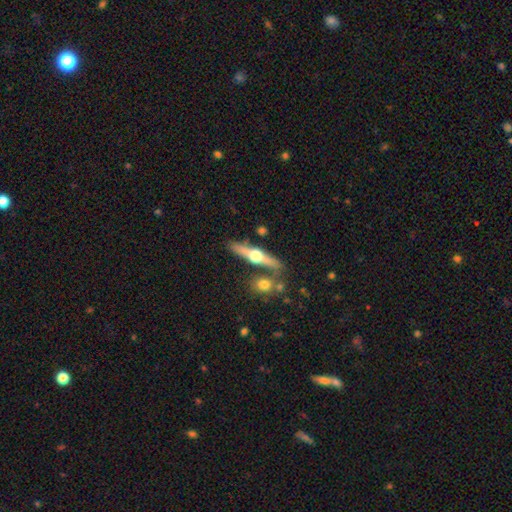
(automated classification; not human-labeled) Smooth or featured?
  - featured or disk: 69% *
  - smooth: 25%
  - star or artifact: 6%
Edge-on disk?
  - yes: 95% *
  - no: 5%
Edge-on bulge?
  - rounded: 96% *
  - boxy: 2%
  - none: 2%
Merging?
  - none: 75% *
  - merger: 11%
  - minor disturbance: 10%
  - major disturbance: 3%